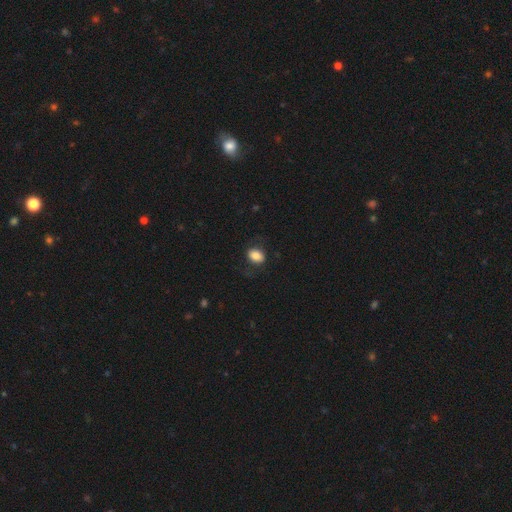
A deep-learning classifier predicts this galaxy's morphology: Overall: smooth (83%). How rounded: in between (68%; round 31%). Merging: none (77%).